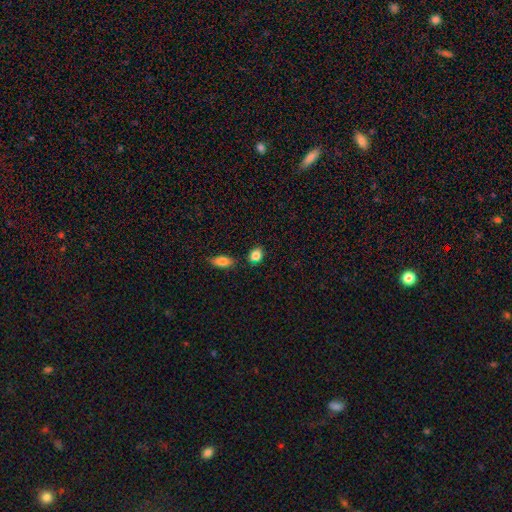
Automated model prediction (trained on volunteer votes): Q: Smooth or featured?
A: smooth (85%); runner-up: star or artifact (9%)
Q: How rounded?
A: in between (59%); runner-up: round (38%)
Q: Merging?
A: none (75%); runner-up: minor disturbance (14%)